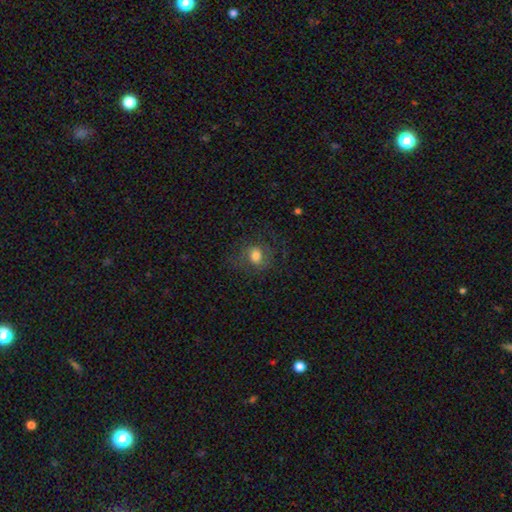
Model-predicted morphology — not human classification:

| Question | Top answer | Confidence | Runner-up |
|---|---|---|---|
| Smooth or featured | smooth | 65% | featured or disk (24%) |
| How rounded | round | 60% | in between (39%) |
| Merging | none | 66% | minor disturbance (18%) |